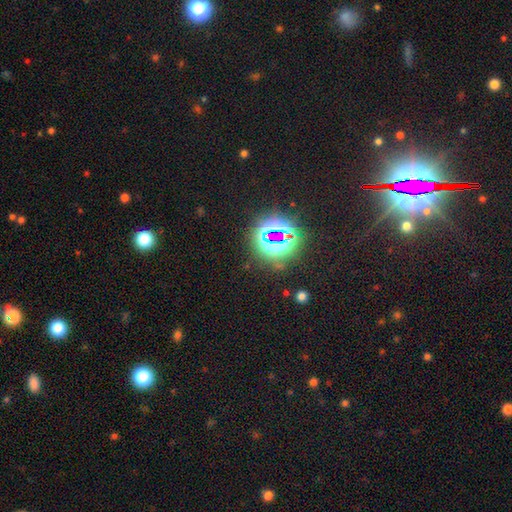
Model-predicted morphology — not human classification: Smooth or featured?
  - star or artifact: 76% *
  - smooth: 13%
  - featured or disk: 10%